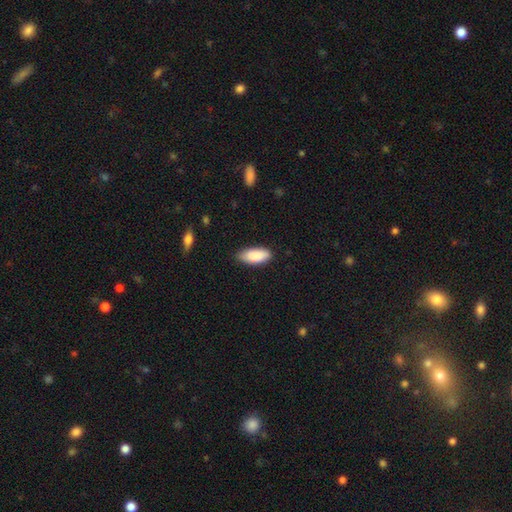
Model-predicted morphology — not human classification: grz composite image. It shows a smooth galaxy with no disk features (88%) that is in between round and cigar-shaped (83%). Merging: none (80%).